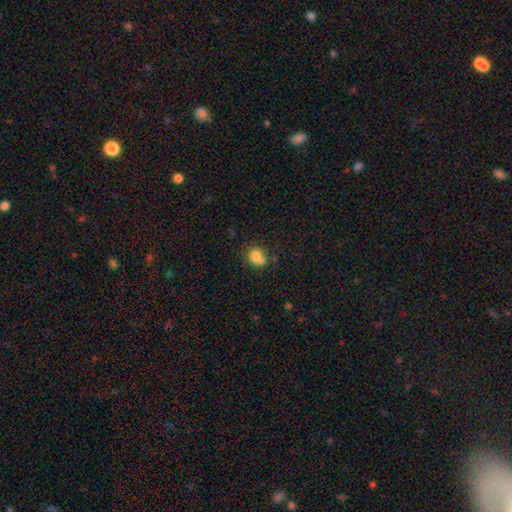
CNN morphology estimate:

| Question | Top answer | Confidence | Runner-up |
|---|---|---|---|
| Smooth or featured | smooth | 77% | featured or disk (13%) |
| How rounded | round | 68% | in between (31%) |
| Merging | none | 47% | merger (31%) |